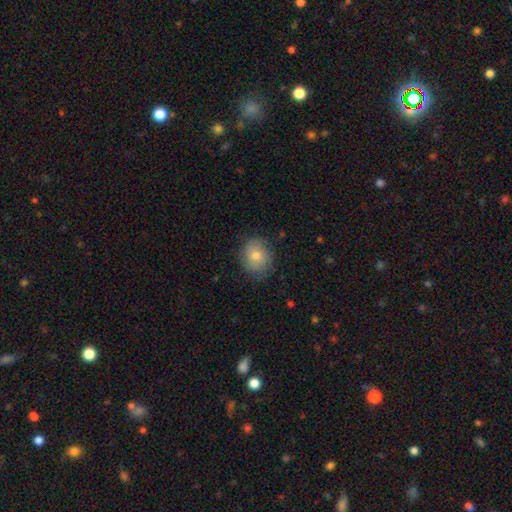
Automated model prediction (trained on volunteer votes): Smooth or featured?
  - smooth: 76% *
  - featured or disk: 16%
  - star or artifact: 8%
How rounded?
  - round: 56% *
  - in between: 43%
  - cigar-shaped: 1%
Merging?
  - none: 78% *
  - minor disturbance: 17%
  - major disturbance: 4%
  - merger: 1%